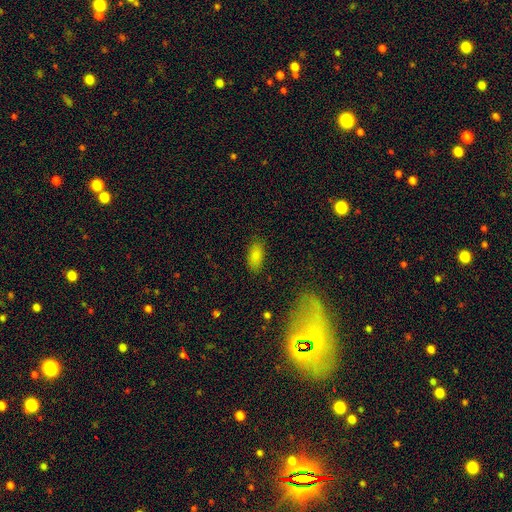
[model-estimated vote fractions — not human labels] A smooth galaxy with no disk features (84%) that is in between round and cigar-shaped (90%).

Vote fractions:
- Smooth or featured? smooth: 84% / star or artifact: 9% / featured or disk: 6%
- How rounded? in between: 90% / cigar-shaped: 7% / round: 3%
- Merging? none: 83% / minor disturbance: 12% / major disturbance: 3% / merger: 2%